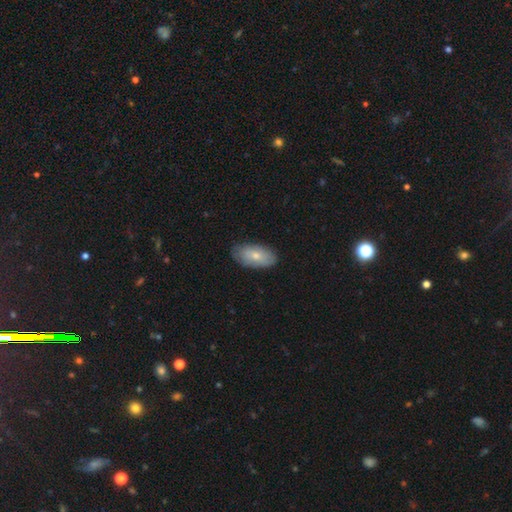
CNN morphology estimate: This is likely a smooth galaxy (71%). How rounded: clearly in between (93%). Merging: likely none (77%).